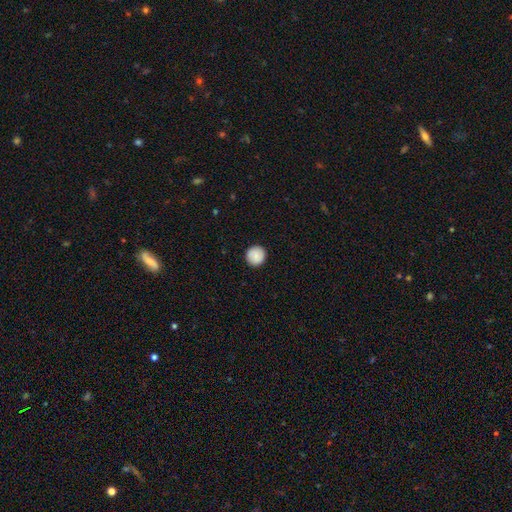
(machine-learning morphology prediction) Overall: smooth (85%). How rounded: round (94%). Merging: none (91%).